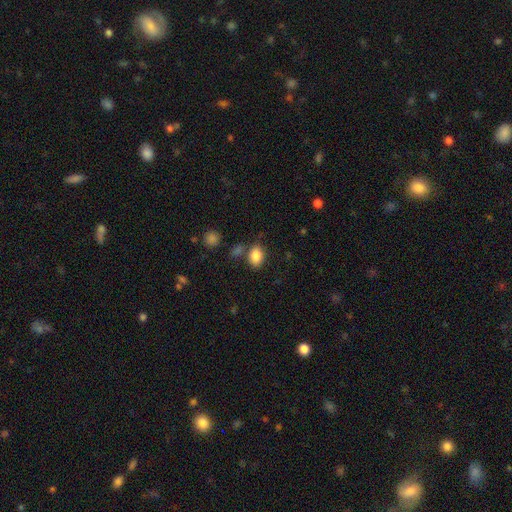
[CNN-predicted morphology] Overall: smooth (86%). How rounded: in between (77%). Merging: none (73%).